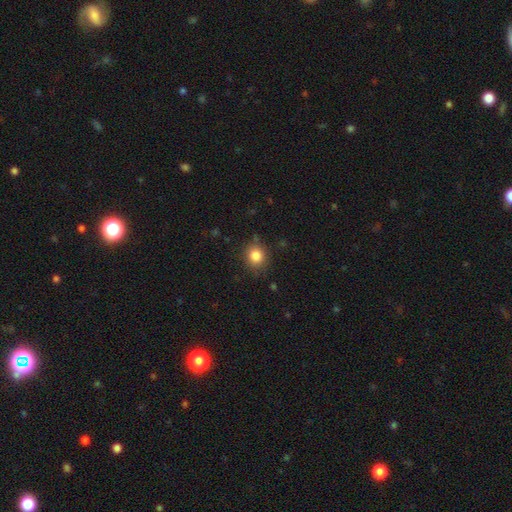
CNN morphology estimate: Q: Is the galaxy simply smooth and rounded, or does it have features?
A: smooth — 84%.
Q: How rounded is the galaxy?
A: round — 77%.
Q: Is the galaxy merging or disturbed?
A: none — 82%.